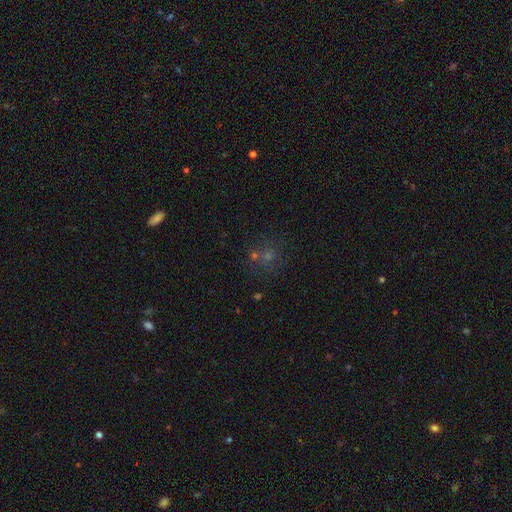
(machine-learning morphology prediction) The model was most divided on "smooth or featured": smooth: 44%, star or artifact: 39%, featured or disk: 16%. More confident: merging — none (61%).